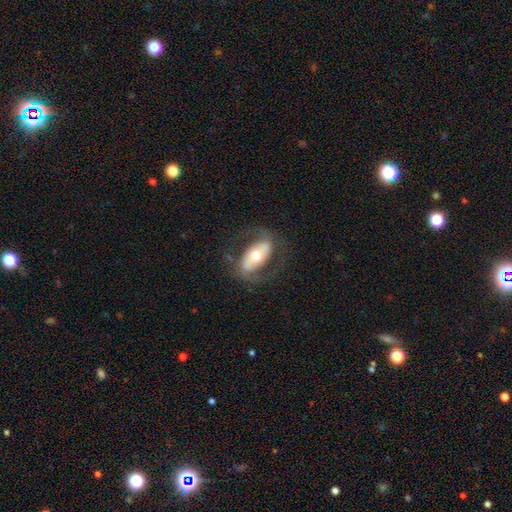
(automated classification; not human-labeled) Smooth or featured? featured or disk (66%)
Edge-on disk? no (91%)
Bar? strong (42%)
Spiral arms? yes (66%)
Bulge size? moderate (67%)
Merging? none (70%)